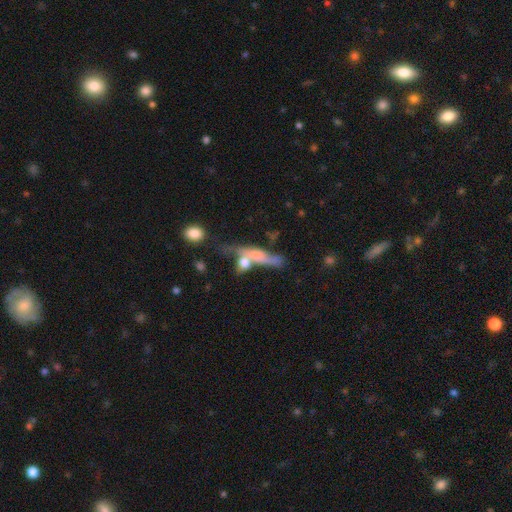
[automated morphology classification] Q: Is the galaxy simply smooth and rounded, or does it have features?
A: featured or disk — 47%.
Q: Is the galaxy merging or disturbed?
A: merger — 40%.